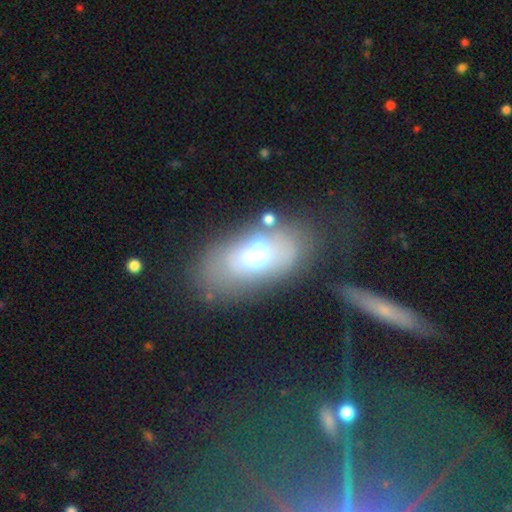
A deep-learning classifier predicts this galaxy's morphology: Smooth or featured?
  - smooth: 54% *
  - featured or disk: 35%
  - star or artifact: 11%
How rounded?
  - in between: 89% *
  - round: 8%
  - cigar-shaped: 3%
Merging?
  - none: 60% *
  - minor disturbance: 19%
  - major disturbance: 12%
  - merger: 9%